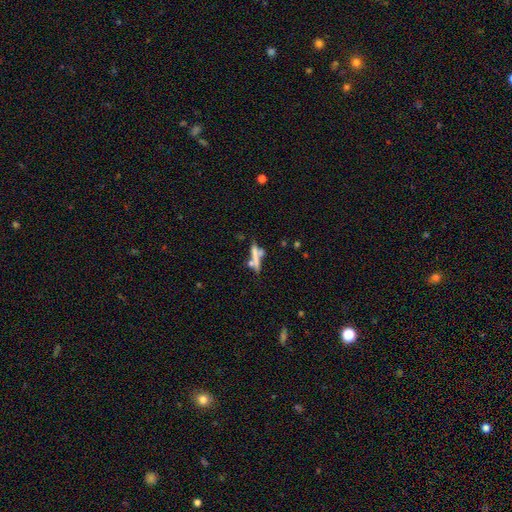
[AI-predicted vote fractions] Smooth or featured? Predicted: smooth (p=0.52). How rounded? Predicted: cigar-shaped (p=0.80). Merging? Predicted: none (p=0.44).